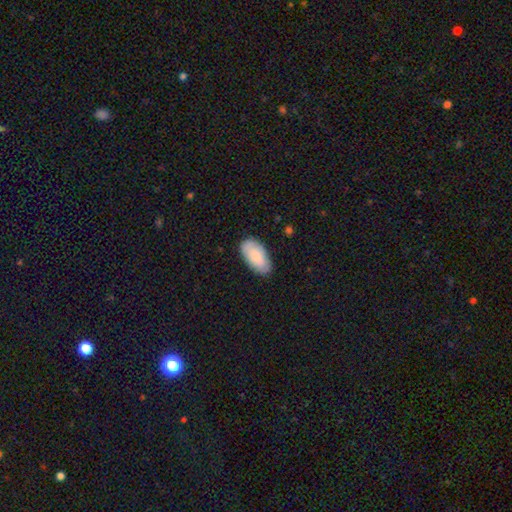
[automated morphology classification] Q: Smooth or featured?
A: smooth (80%); runner-up: featured or disk (14%)
Q: How rounded?
A: in between (95%); runner-up: cigar-shaped (3%)
Q: Merging?
A: none (80%); runner-up: minor disturbance (16%)